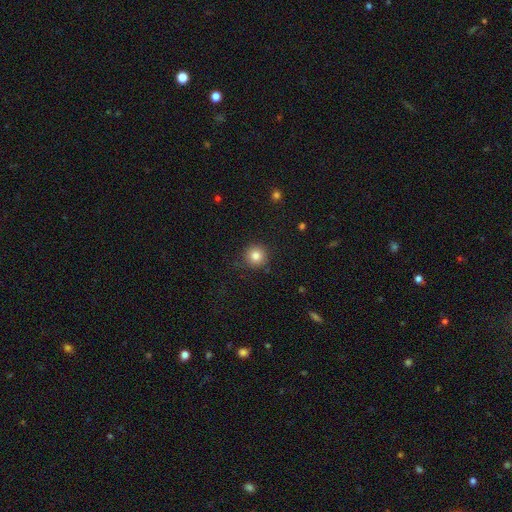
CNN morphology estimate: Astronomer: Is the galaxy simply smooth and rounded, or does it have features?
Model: smooth — 82%.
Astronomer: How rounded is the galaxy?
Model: round — 95%.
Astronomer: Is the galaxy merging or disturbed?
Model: none — 87%.